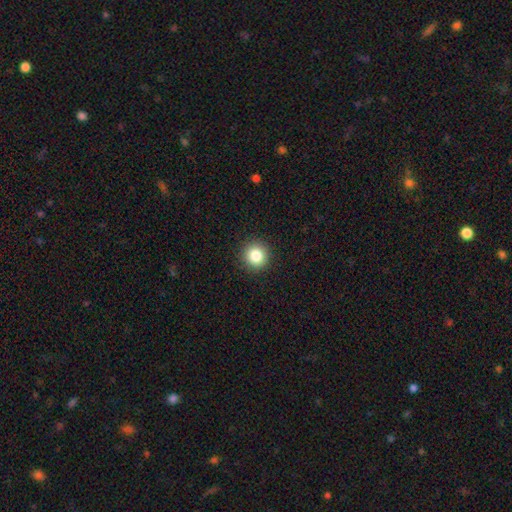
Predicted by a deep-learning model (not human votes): This is clearly a smooth galaxy (84%). How rounded: clearly round (94%). Merging: clearly none (92%).